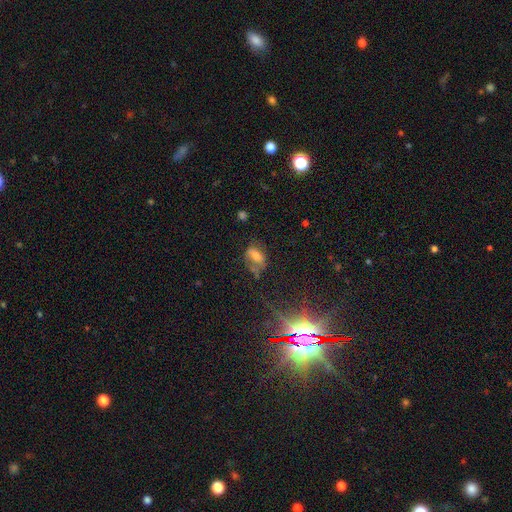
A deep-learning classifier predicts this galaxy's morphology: This appears to be a smooth galaxy with no disk features (50%) that is in between round and cigar-shaped (82%). Merging: none (49%).